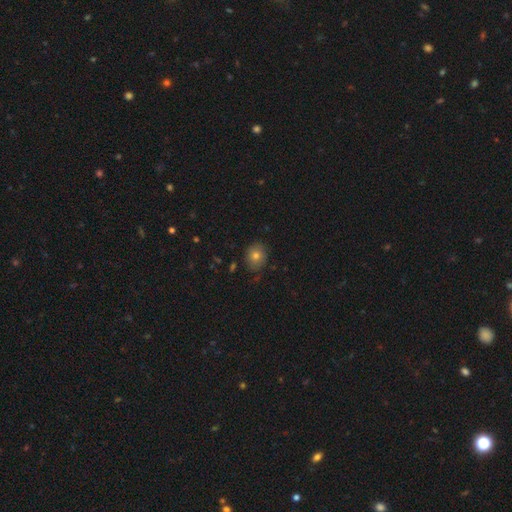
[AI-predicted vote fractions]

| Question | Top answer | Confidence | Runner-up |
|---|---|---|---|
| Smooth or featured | smooth | 76% | star or artifact (12%) |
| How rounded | round | 65% | in between (34%) |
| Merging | none | 82% | minor disturbance (14%) |